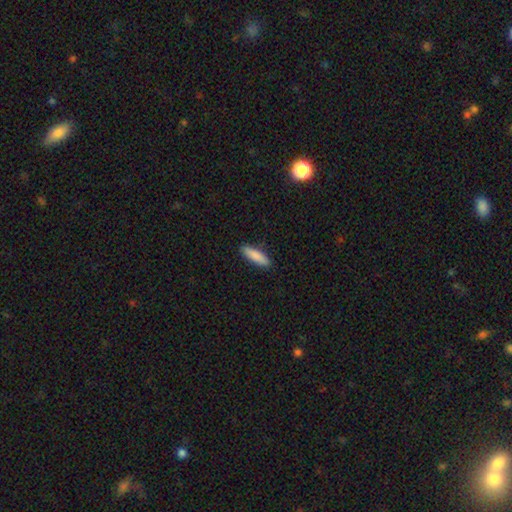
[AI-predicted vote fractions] A smooth galaxy with no disk features (86%) that is cigar-shaped (69%). Merging: none (90%).